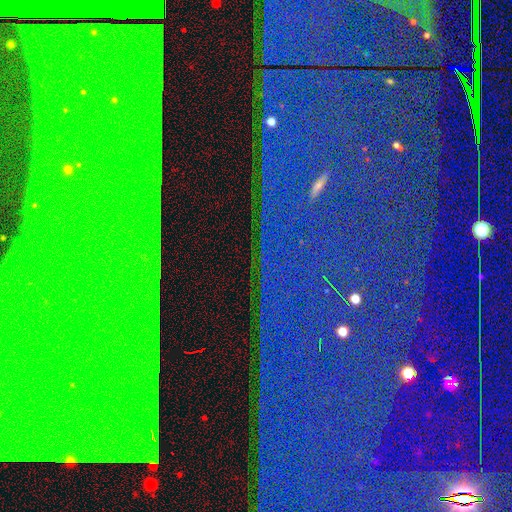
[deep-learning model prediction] star or artifact 85%, featured or disk 8%, smooth 6%.